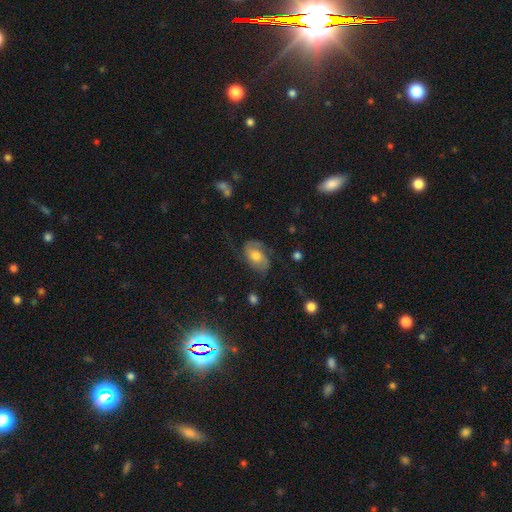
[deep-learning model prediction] Morphology: type=featured or disk (61%); edge-on=no (96%); bar=no (65%); spiral arms=yes (87%); winding=medium (44%); arm count=2 (76%); bulge=moderate (66%); merging=none (59%).